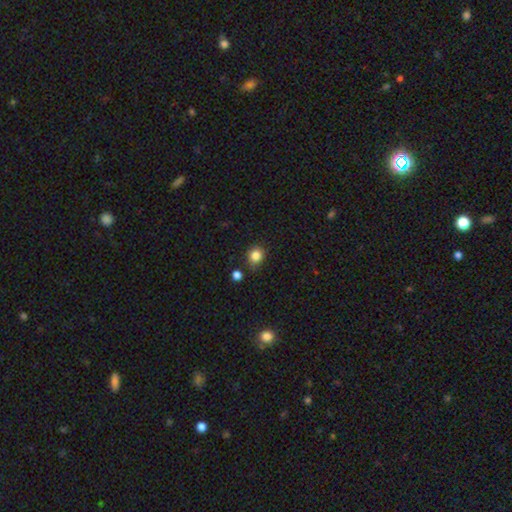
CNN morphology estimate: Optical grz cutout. It shows a smooth galaxy with no disk features (84%) that is round (78%). Merging: none (76%).